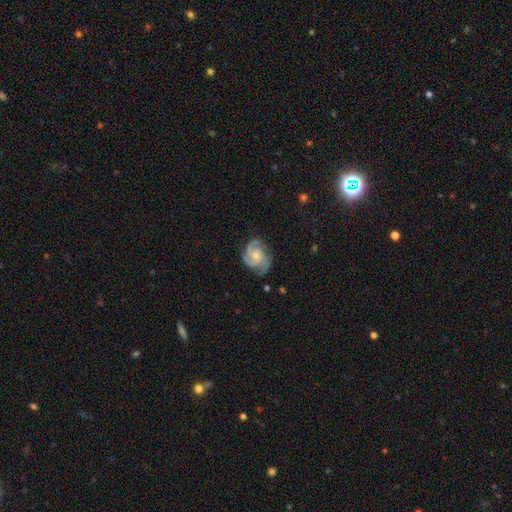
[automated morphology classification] A featured or disk galaxy (84%) with no bar (70%), 3 (57%) tight (46%) spiral arms (97%) and a small central bulge (51%).

Vote fractions:
- Smooth or featured? featured or disk: 84% / smooth: 10% / star or artifact: 6%
- Edge-on disk? no: 98% / yes: 2%
- Bar? no: 70% / weak: 26% / strong: 4%
- Spiral arms? yes: 97% / no: 3%
- Spiral winding? tight: 46% / medium: 45% / loose: 10%
- Spiral arm count? 3: 57% / 2: 15% / 4: 11% / can't tell: 9% / 1: 4% / more than 4: 4%
- Bulge size? small: 51% / moderate: 40% / none: 5% / large: 3% / dominant: 1%
- Merging? none: 69% / minor disturbance: 21% / major disturbance: 9% / merger: 1%